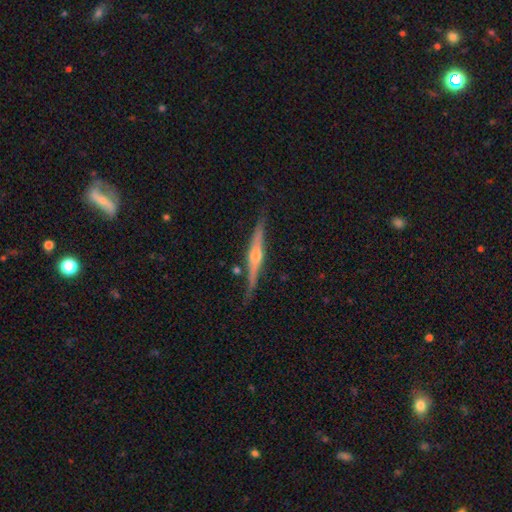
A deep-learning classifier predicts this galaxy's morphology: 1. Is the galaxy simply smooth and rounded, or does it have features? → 86% featured or disk, 9% smooth, 5% star or artifact.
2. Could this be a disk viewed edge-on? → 98% yes, 2% no.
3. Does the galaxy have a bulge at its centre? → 91% rounded, 5% boxy, 4% none.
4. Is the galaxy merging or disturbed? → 85% none, 11% minor disturbance, 2% major disturbance, 2% merger.